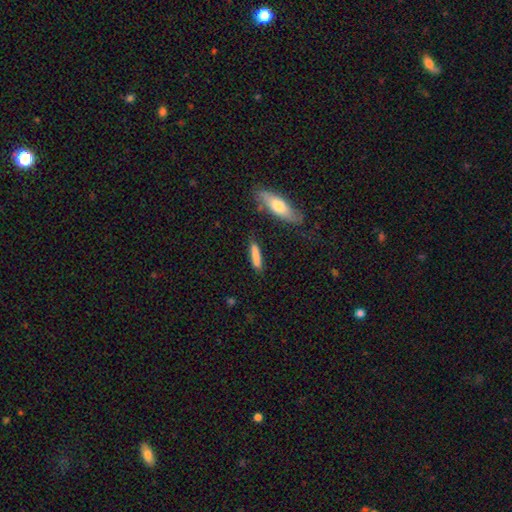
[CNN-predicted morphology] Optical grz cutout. It shows a smooth galaxy with no disk features (81%) that is cigar-shaped (83%). Merging: none (80%).